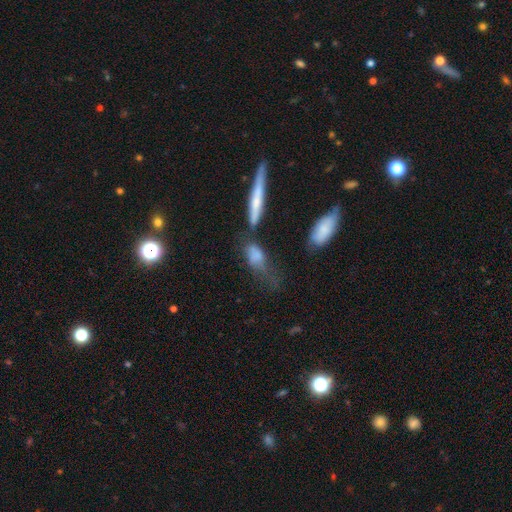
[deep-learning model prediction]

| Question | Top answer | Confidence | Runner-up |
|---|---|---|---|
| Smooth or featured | smooth | 68% | featured or disk (22%) |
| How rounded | in between | 67% | cigar-shaped (21%) |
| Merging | none | 29% | merger (28%) |